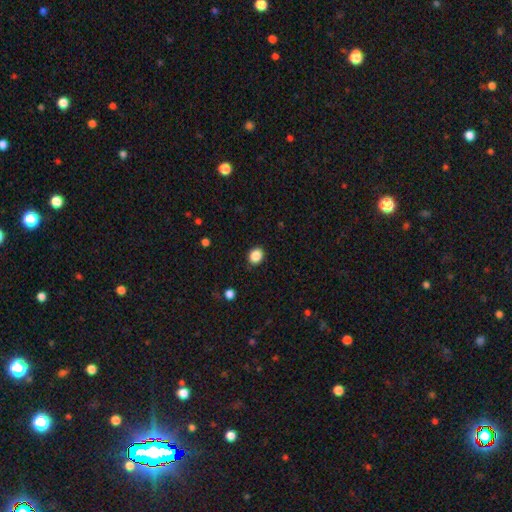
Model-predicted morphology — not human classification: Smooth or featured?
  - smooth: 87% *
  - star or artifact: 9%
  - featured or disk: 3%
How rounded?
  - round: 59% *
  - in between: 40%
  - cigar-shaped: 1%
Merging?
  - none: 88% *
  - minor disturbance: 9%
  - major disturbance: 2%
  - merger: 1%